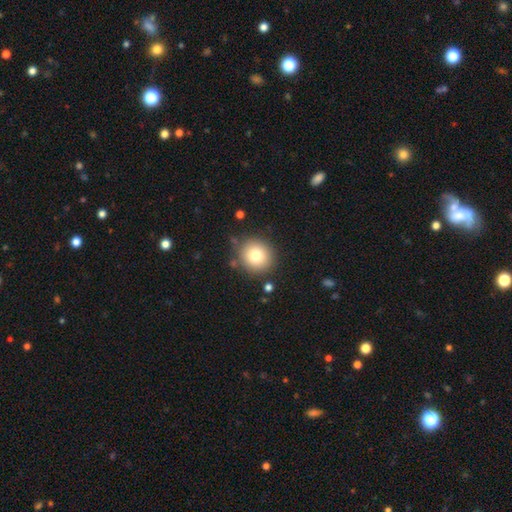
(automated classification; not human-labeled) This is likely a smooth galaxy (77%). How rounded: clearly round (91%). Merging: clearly none (86%).